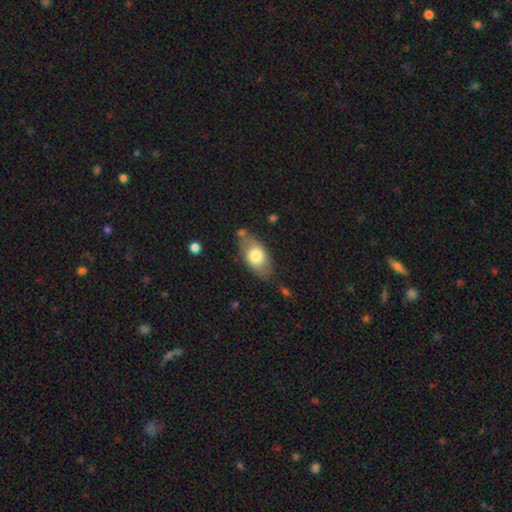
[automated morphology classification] The model was most divided on "merging": none: 66%, minor disturbance: 22%, merger: 7%, major disturbance: 6%. More confident: how rounded — in between (89%); smooth or featured — smooth (72%).